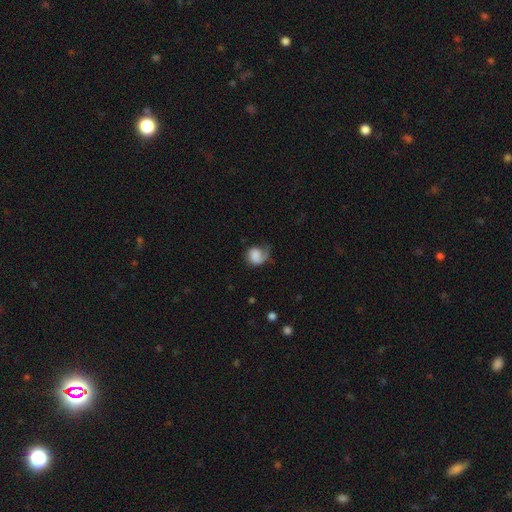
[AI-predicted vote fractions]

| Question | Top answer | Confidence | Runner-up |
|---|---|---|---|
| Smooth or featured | smooth | 59% | featured or disk (33%) |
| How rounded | round | 60% | in between (39%) |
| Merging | none | 37% | major disturbance (33%) |